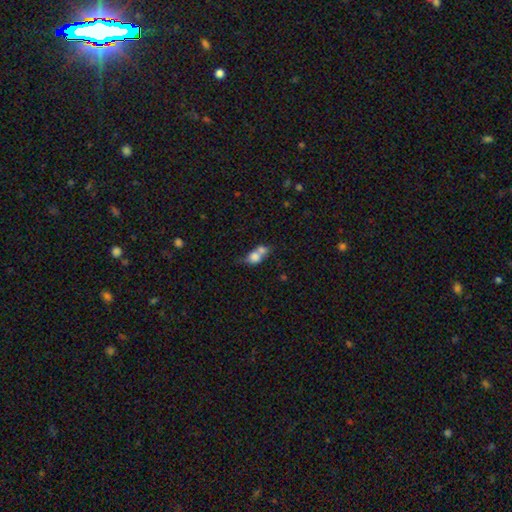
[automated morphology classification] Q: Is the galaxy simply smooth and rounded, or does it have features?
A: smooth — 72%.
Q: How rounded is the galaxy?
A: in between — 53%.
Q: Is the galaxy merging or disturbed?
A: merger — 68%.